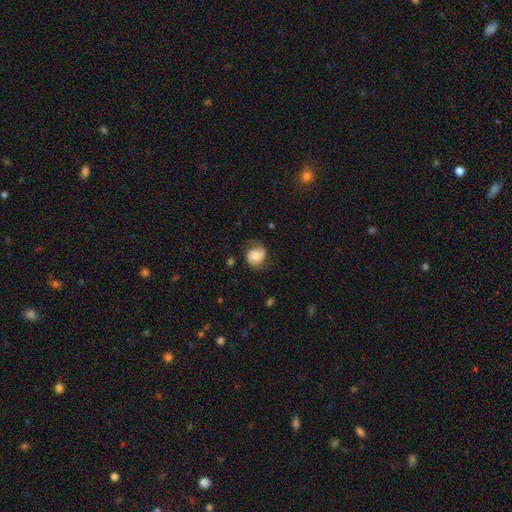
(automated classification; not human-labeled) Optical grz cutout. It shows a featured or disk galaxy (52%) with no bar (60%), spiral arms (91%) and a moderate central bulge (35%). Merging: none (66%).